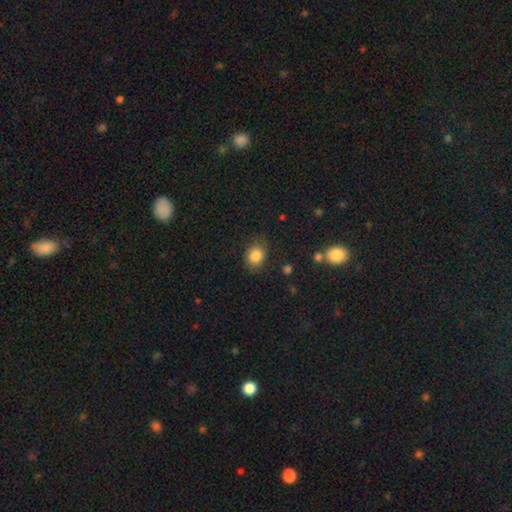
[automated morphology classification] type=smooth (85%); roundness=in between (62%); merging=none (76%).